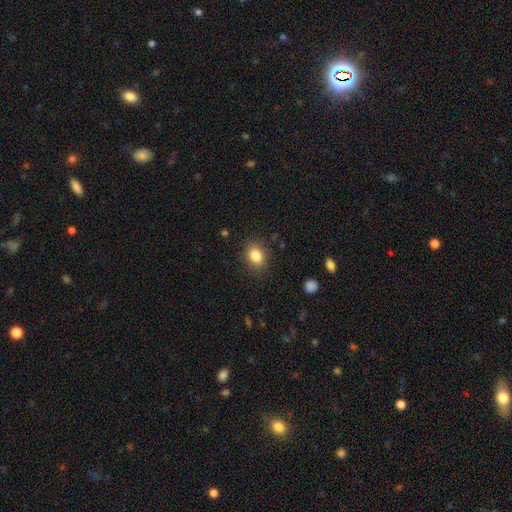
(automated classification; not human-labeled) smooth 85%, star or artifact 10%, featured or disk 6%. Down the decision tree: how rounded — in between (62%); merging — none (85%).